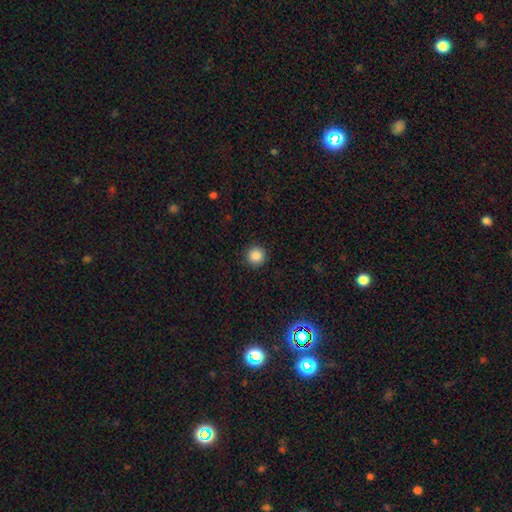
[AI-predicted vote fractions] smooth-or-featured: smooth: 87% | star or artifact: 10% | featured or disk: 3%
  how-rounded: round: 96% | in between: 3% | cigar-shaped: 1%
  merging: none: 93% | minor disturbance: 5% | major disturbance: 2% | merger: 1%